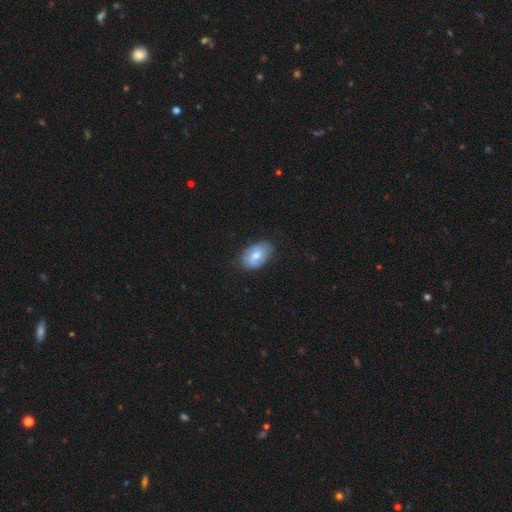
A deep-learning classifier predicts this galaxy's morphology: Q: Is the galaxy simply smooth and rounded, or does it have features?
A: smooth — 61%.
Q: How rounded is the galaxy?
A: in between — 89%.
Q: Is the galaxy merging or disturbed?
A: none — 76%.